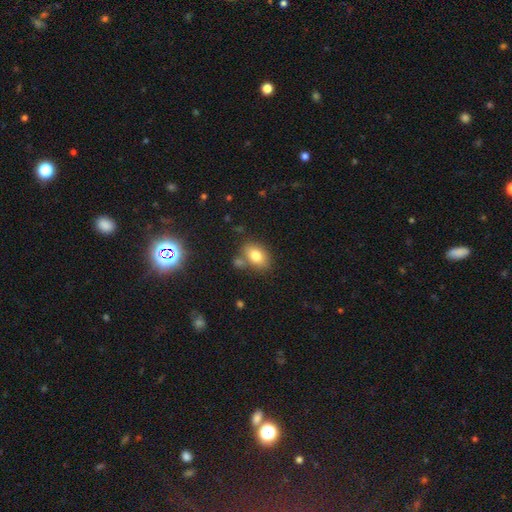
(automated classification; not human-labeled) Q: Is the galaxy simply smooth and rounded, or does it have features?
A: smooth — 78%.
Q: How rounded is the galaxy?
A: in between — 81%.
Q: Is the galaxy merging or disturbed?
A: none — 68%.